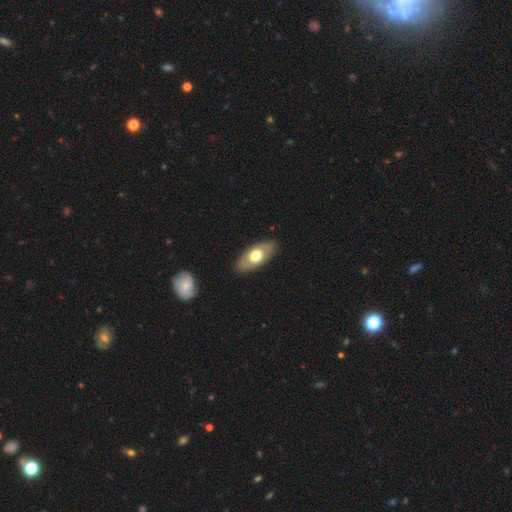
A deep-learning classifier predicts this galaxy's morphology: smooth 56%, featured or disk 38%, star or artifact 5%. Down the decision tree: how rounded — in between (87%); merging — none (86%).